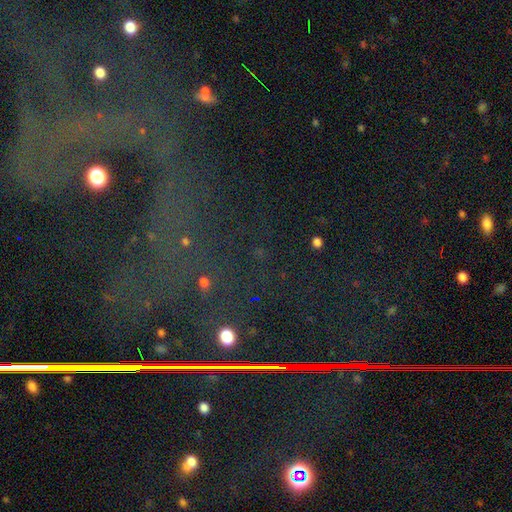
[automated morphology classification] Smooth or featured? star or artifact (80%)